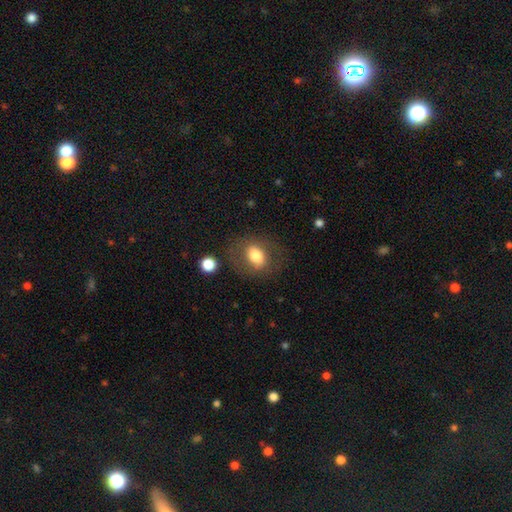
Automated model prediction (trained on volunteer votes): A smooth galaxy with no disk features (70%) that is in between round and cigar-shaped (66%).

Vote fractions:
- Smooth or featured? smooth: 70% / featured or disk: 22% / star or artifact: 8%
- How rounded? in between: 66% / round: 33% / cigar-shaped: 1%
- Merging? none: 71% / minor disturbance: 16% / major disturbance: 10% / merger: 2%